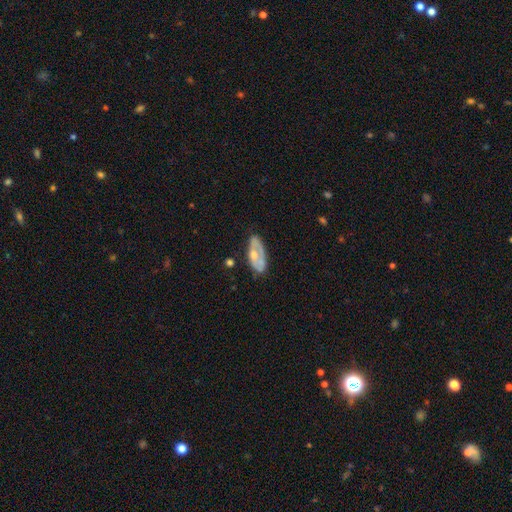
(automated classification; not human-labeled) featured or disk 54%, smooth 41%, star or artifact 6%. Down the decision tree: edge-on disk — no (86%); merging — none (62%).